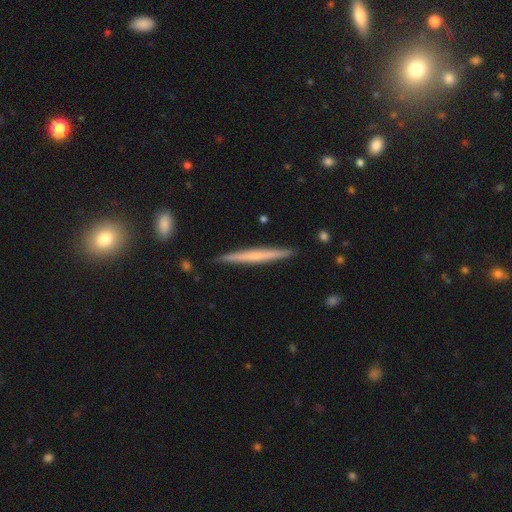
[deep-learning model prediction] This is possibly a featured or disk galaxy (55%). It is clearly viewed edge-on (98%). Edge-on bulge: possibly none (58%). Merging: clearly none (91%).